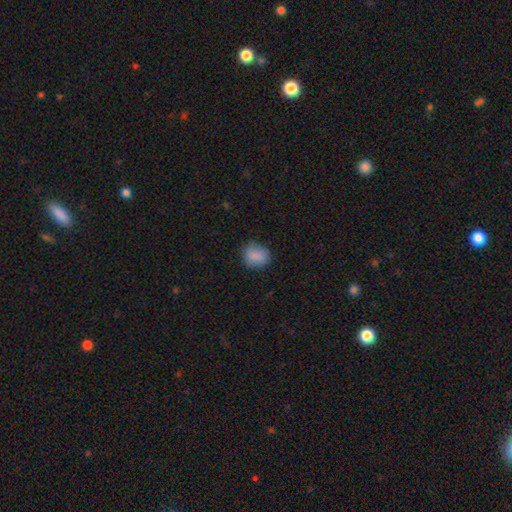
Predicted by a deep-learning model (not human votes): This appears to be a smooth galaxy with no disk features (86%) that is round (70%). Merging: none (77%).